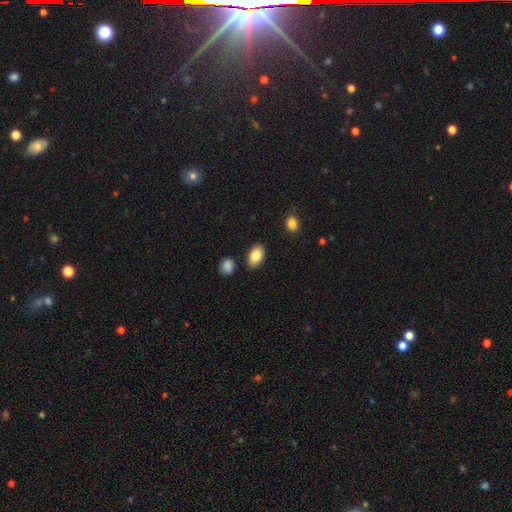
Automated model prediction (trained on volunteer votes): Smooth or featured? smooth (86%)
How rounded? in between (92%)
Merging? none (86%)